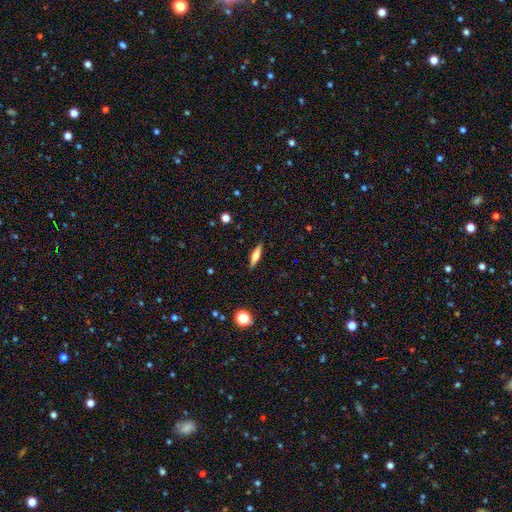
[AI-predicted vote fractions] Smooth or featured: smooth — 60% (featured or disk — 33%)
How rounded: cigar-shaped — 71% (in between — 27%)
Merging: none — 89% (minor disturbance — 8%)